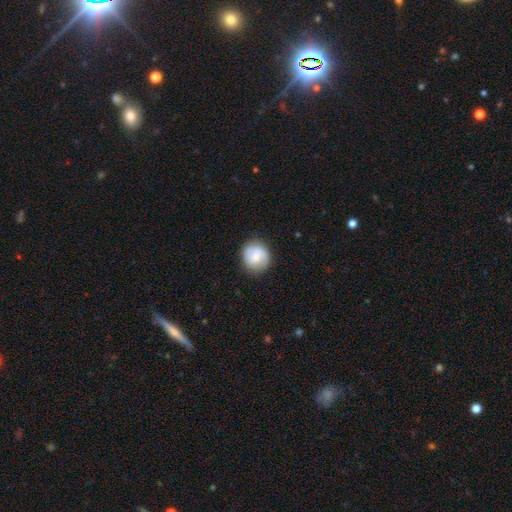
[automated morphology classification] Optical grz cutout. It shows a smooth galaxy with no disk features (47%). Merging: none (83%).